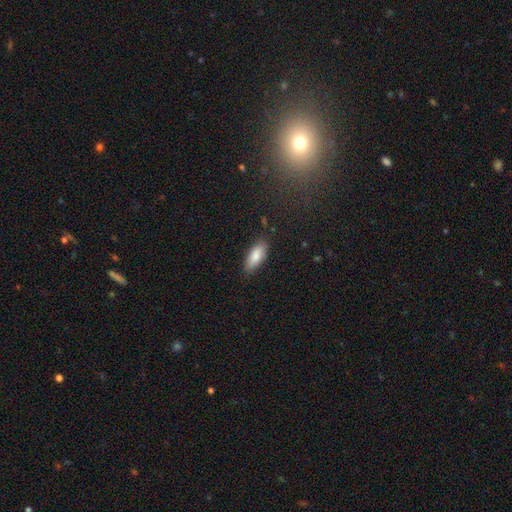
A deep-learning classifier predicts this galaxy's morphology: This appears to be a smooth galaxy with no disk features (84%) that is in between round and cigar-shaped (79%). Merging: none (84%).